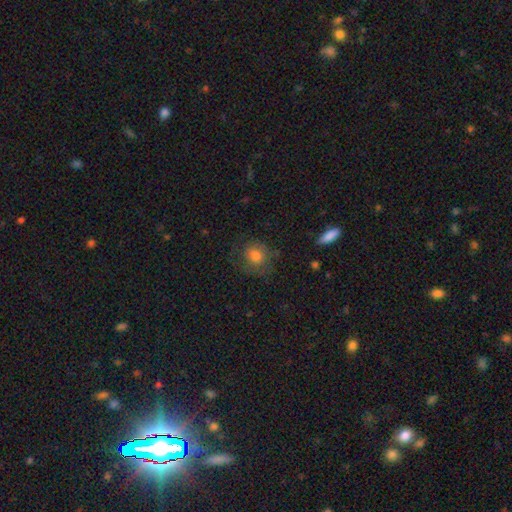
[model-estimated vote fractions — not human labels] The model was most divided on "merging": none: 67%, minor disturbance: 20%, major disturbance: 11%, merger: 2%. More confident: how rounded — round (77%); smooth or featured — smooth (74%).